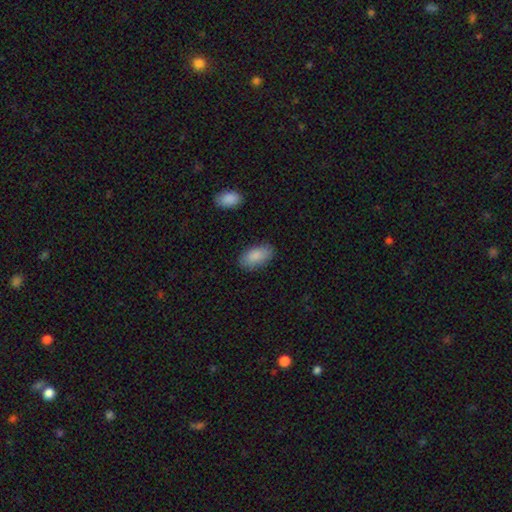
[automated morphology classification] Q: Smooth or featured?
A: smooth (88%); runner-up: featured or disk (6%)
Q: How rounded?
A: in between (94%); runner-up: cigar-shaped (3%)
Q: Merging?
A: none (84%); runner-up: minor disturbance (12%)